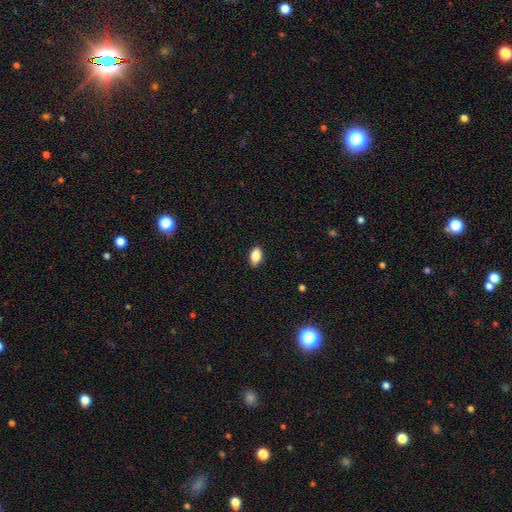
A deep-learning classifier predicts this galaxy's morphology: smooth_or_featured: smooth (p=0.87) [alt: star or artifact p=0.08]
how_rounded: in between (p=0.90) [alt: round p=0.08]
merging: none (p=0.88) [alt: minor disturbance p=0.10]